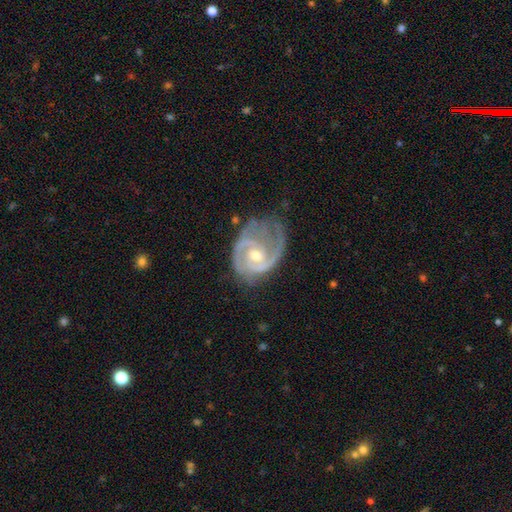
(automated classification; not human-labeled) Smooth or featured? featured or disk (91%)
Edge-on disk? no (98%)
Bar? no (56%)
Spiral arms? yes (98%)
Spiral winding? tight (45%, tied with medium)
Spiral arm count? 2 (75%)
Bulge size? moderate (53%)
Merging? none (53%)